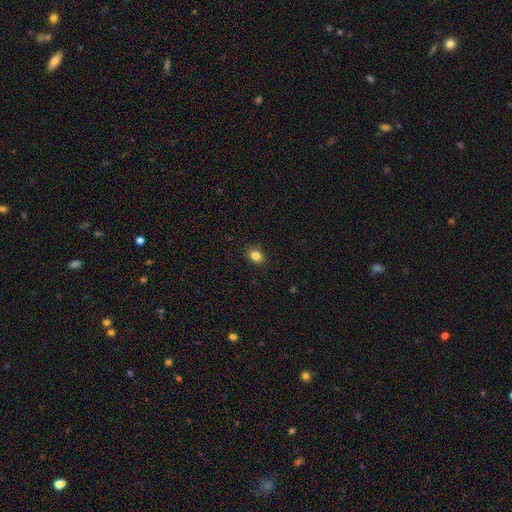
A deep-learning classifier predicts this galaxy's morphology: smooth_or_featured: smooth (p=0.84) [alt: star or artifact p=0.11]
how_rounded: in between (p=0.54) [alt: round p=0.45]
merging: none (p=0.89) [alt: minor disturbance p=0.08]